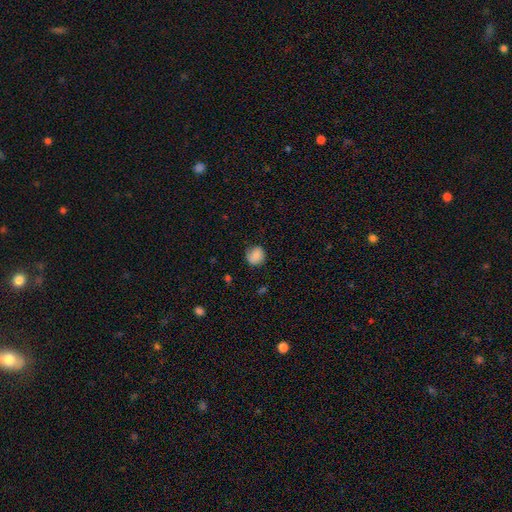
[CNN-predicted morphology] smooth-or-featured: smooth: 80% | featured or disk: 12% | star or artifact: 8%
  how-rounded: round: 83% | in between: 16% | cigar-shaped: 1%
  merging: none: 73% | minor disturbance: 21% | major disturbance: 5% | merger: 1%